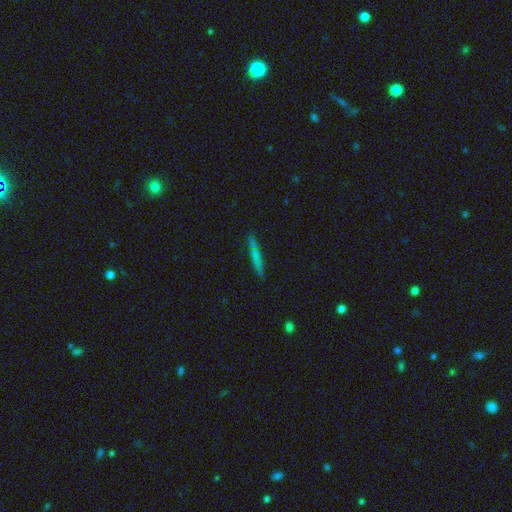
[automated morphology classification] Smooth or featured? smooth (63%)
How rounded? cigar-shaped (95%)
Merging? none (87%)